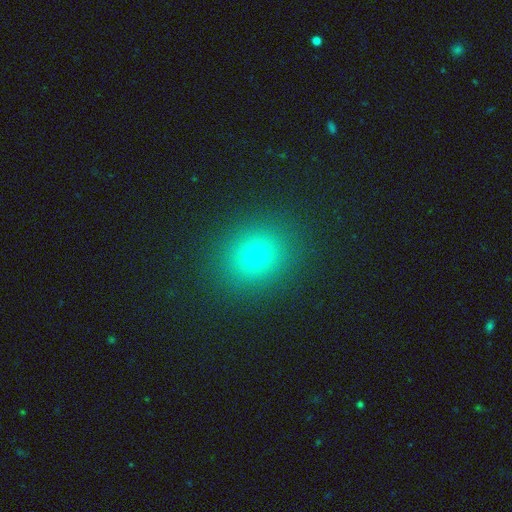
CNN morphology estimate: The model was most divided on "how rounded": round: 73%, in between: 26%, cigar-shaped: 1%. More confident: merging — none (88%); smooth or featured — smooth (69%).